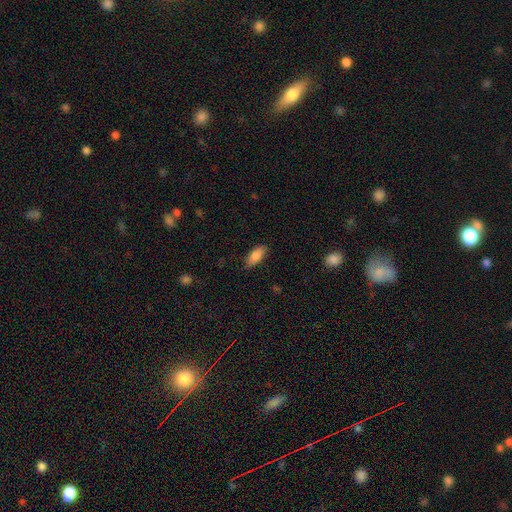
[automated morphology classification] Overall: smooth (86%). How rounded: in between (82%). Merging: none (83%).